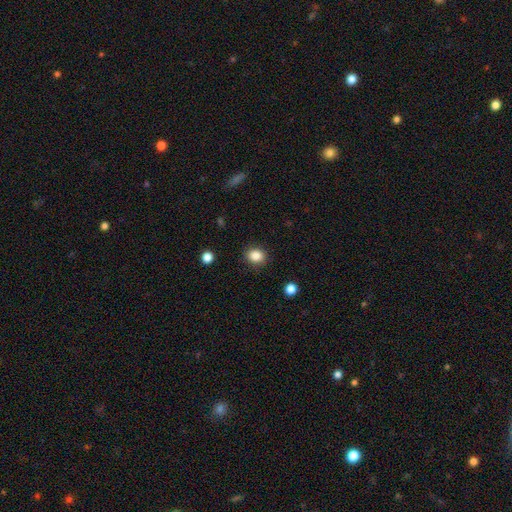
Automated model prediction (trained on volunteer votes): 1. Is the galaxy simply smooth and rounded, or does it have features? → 86% smooth, 10% star or artifact, 4% featured or disk.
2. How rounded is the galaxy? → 57% round, 42% in between, 1% cigar-shaped.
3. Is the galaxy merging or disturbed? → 88% none, 8% minor disturbance, 2% major disturbance, 1% merger.